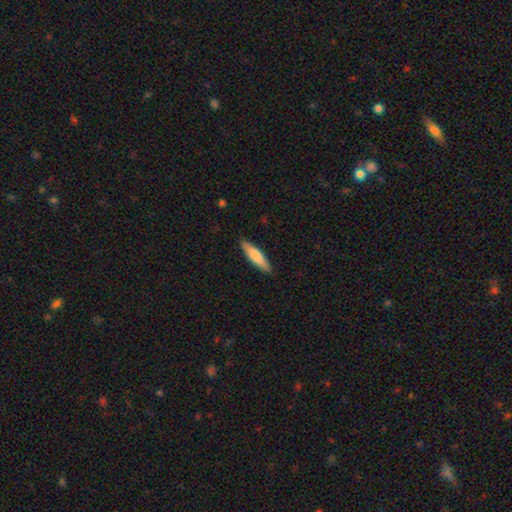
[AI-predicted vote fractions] Q: Smooth or featured?
A: smooth (73%); runner-up: featured or disk (22%)
Q: How rounded?
A: cigar-shaped (75%); runner-up: in between (23%)
Q: Merging?
A: none (88%); runner-up: minor disturbance (9%)